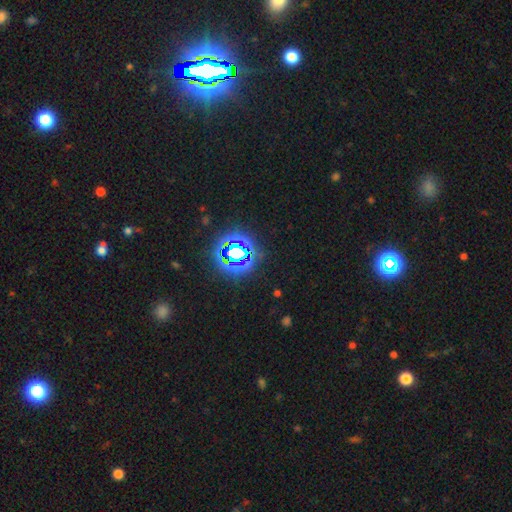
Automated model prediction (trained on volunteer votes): This is clearly a star or artifact rather than a galaxy (80%).